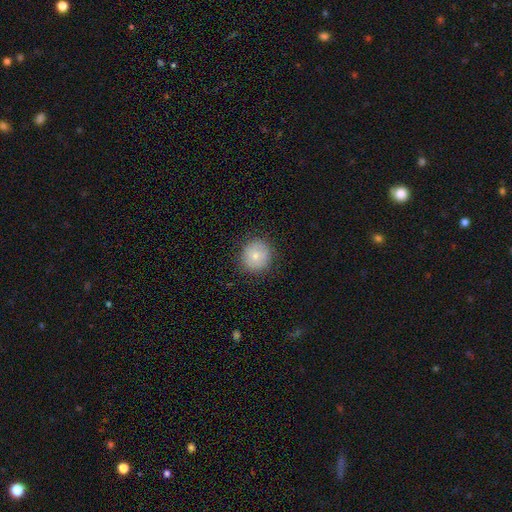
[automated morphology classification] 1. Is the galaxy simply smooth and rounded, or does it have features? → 77% smooth, 14% featured or disk, 8% star or artifact.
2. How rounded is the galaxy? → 90% round, 9% in between, 1% cigar-shaped.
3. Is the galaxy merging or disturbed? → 85% none, 11% minor disturbance, 3% major disturbance, 1% merger.